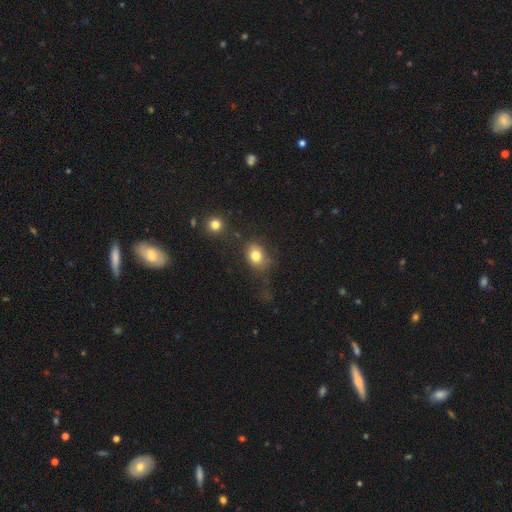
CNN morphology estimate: Smooth or featured? Predicted: smooth (p=0.80). How rounded? Predicted: in between (p=0.53). Merging? Predicted: none (p=0.63).